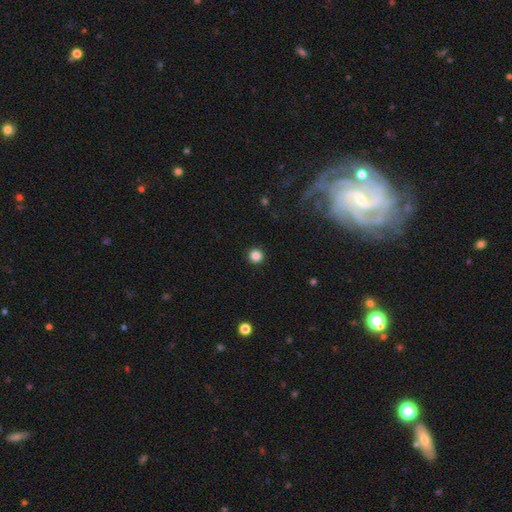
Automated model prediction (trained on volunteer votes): Smooth or featured: smooth — 85% (star or artifact — 11%)
How rounded: round — 95% (in between — 4%)
Merging: none — 93% (minor disturbance — 4%)